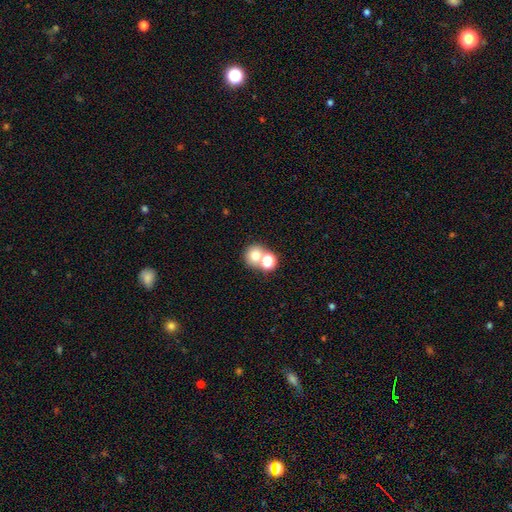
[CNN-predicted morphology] This appears to be a smooth galaxy with no disk features (70%) that is round (82%). Merging: none (49%).